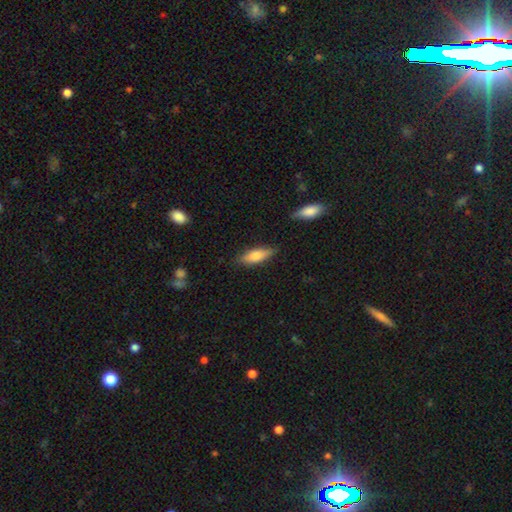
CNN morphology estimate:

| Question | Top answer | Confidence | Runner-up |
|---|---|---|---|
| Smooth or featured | smooth | 75% | featured or disk (19%) |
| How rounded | in between | 53% | cigar-shaped (45%) |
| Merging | none | 83% | minor disturbance (13%) |